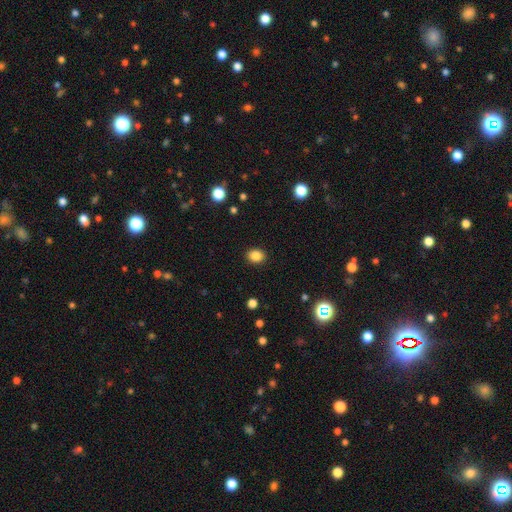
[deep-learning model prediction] Morphology: type=smooth (86%); roundness=round (57%); merging=none (90%).